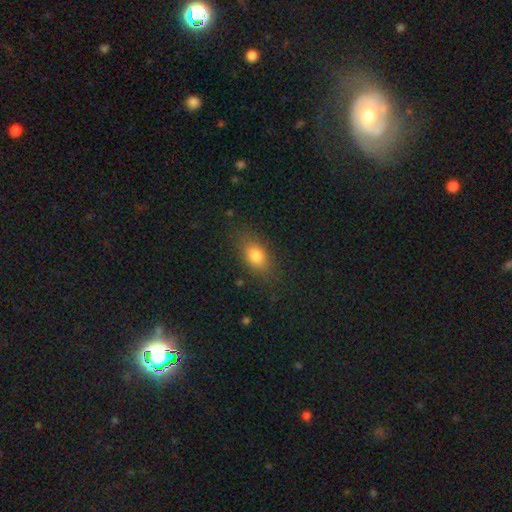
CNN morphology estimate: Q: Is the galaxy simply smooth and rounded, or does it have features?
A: smooth — 80%.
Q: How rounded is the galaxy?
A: in between — 80%.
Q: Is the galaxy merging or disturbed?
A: none — 80%.